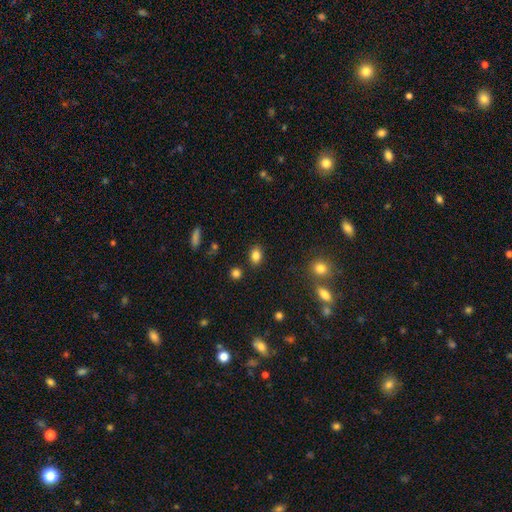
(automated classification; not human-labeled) This appears to be a smooth galaxy with no disk features (84%) that is in between round and cigar-shaped (66%). Merging: none (84%).